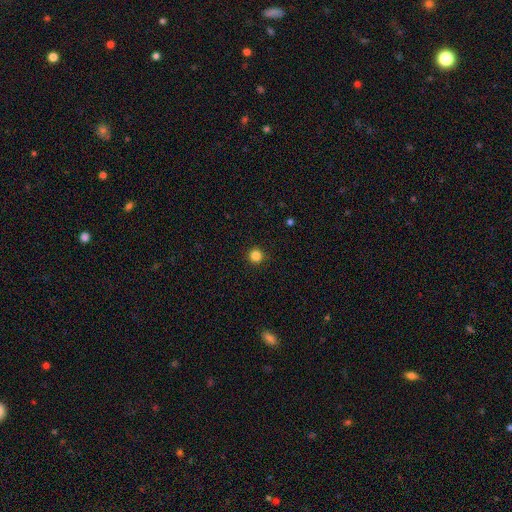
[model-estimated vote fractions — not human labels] The model was most divided on "smooth or featured": smooth: 83%, star or artifact: 13%, featured or disk: 4%. More confident: how rounded — round (96%); merging — none (93%).